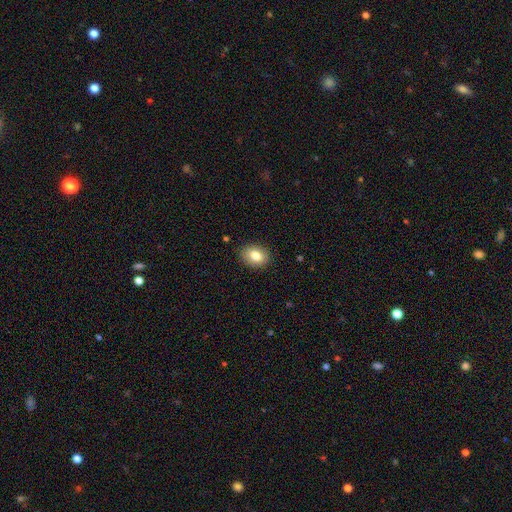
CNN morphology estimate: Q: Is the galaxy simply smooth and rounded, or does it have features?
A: smooth — 83%.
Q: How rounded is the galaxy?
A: in between — 70%.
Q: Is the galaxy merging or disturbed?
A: none — 88%.